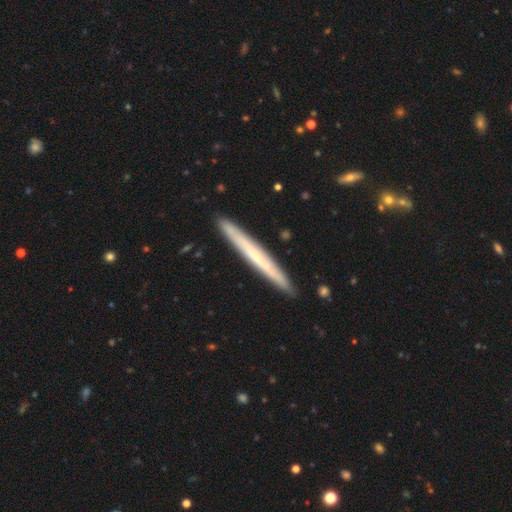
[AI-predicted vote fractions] The model was most divided on "smooth or featured": featured or disk: 52%, smooth: 43%, star or artifact: 6%. More confident: edge-on disk — yes (95%); merging — none (91%).